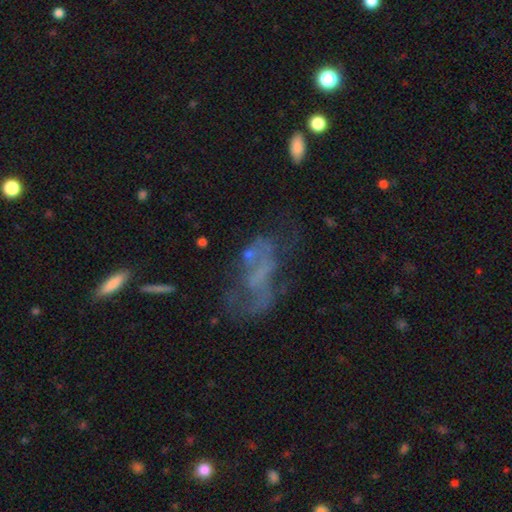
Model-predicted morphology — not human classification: Q: Smooth or featured?
A: featured or disk (59%); runner-up: smooth (25%)
Q: Edge-on disk?
A: no (94%); runner-up: yes (6%)
Q: Bar?
A: no (67%); runner-up: weak (24%)
Q: Spiral arms?
A: no (69%); runner-up: yes (31%)
Q: Bulge size?
A: none (63%); runner-up: small (21%)
Q: Merging?
A: major disturbance (39%); runner-up: none (34%)